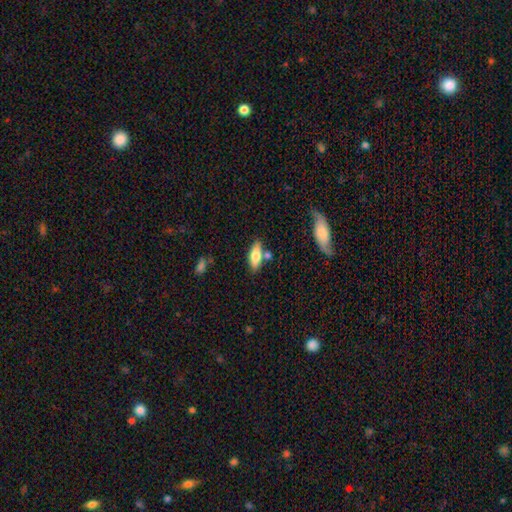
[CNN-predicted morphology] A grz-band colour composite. It shows a smooth galaxy with no disk features (72%) that is in between round and cigar-shaped (70%). Merging: none (70%).